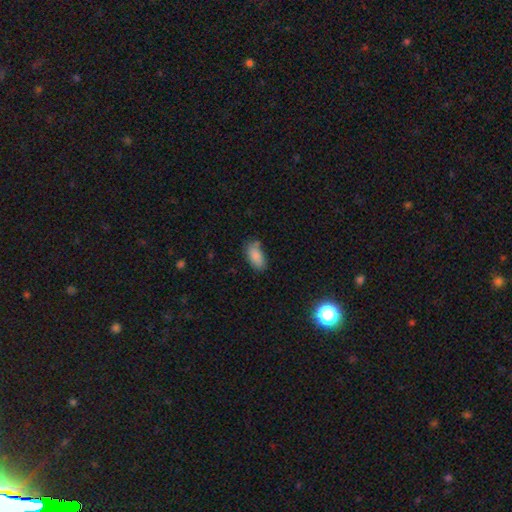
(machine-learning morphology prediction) This is clearly a smooth galaxy (85%). How rounded: clearly in between (90%). Merging: likely none (64%).